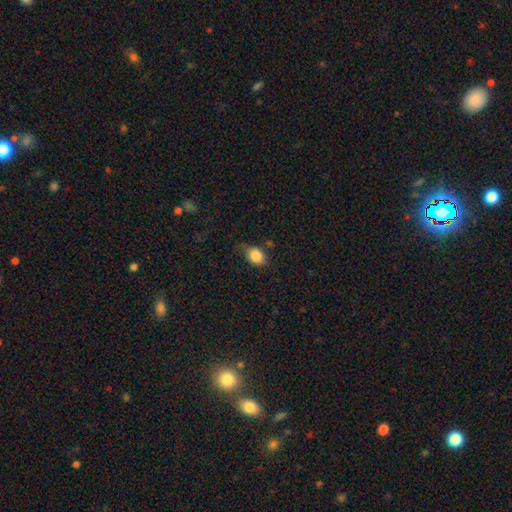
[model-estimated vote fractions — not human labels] smooth 85%, star or artifact 8%, featured or disk 6%. Down the decision tree: how rounded — in between (70%); merging — none (61%).